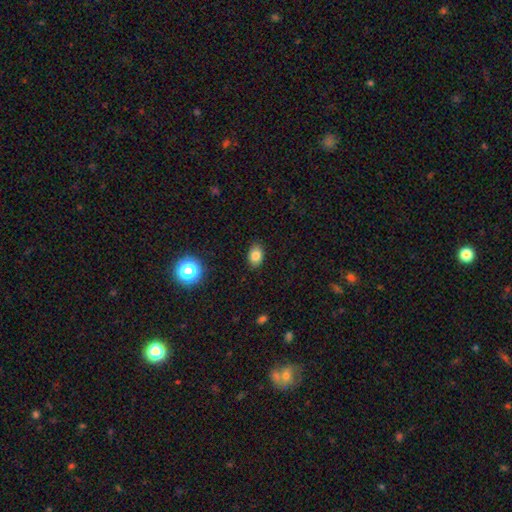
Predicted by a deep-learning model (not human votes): This appears to be a smooth galaxy with no disk features (81%) that is in between round and cigar-shaped (74%). Merging: none (87%).